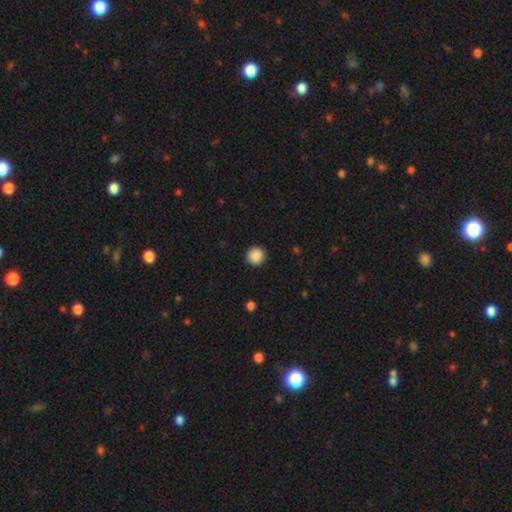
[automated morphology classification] smooth_or_featured: smooth (p=0.89) [alt: star or artifact p=0.08]
how_rounded: round (p=0.94) [alt: in between p=0.06]
merging: none (p=0.91) [alt: minor disturbance p=0.06]